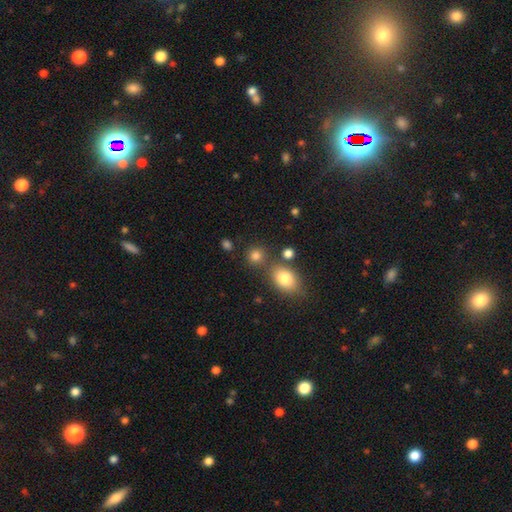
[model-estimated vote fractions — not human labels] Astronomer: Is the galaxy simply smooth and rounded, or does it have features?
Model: smooth — 81%.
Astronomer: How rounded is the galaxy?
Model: round — 82%.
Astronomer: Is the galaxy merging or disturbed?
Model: none — 73%.